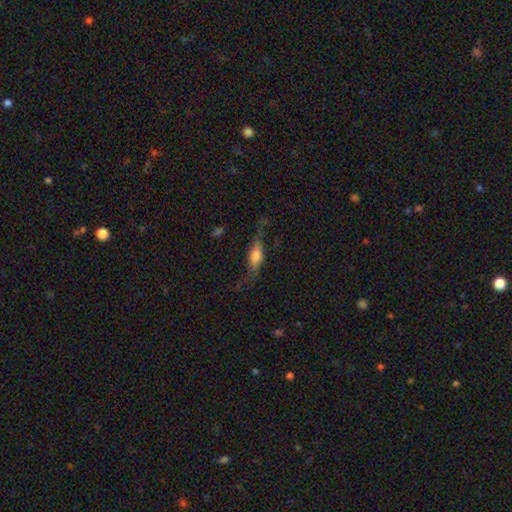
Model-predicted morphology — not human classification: Smooth or featured?
  - smooth: 51% *
  - featured or disk: 41%
  - star or artifact: 8%
How rounded?
  - in between: 52% *
  - cigar-shaped: 44%
  - round: 4%
Merging?
  - none: 58% *
  - minor disturbance: 24%
  - major disturbance: 15%
  - merger: 2%